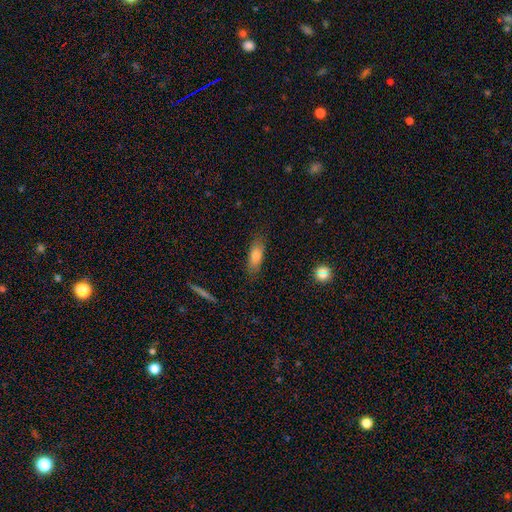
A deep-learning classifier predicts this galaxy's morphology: Smooth or featured? Predicted: smooth (p=0.79). How rounded? Predicted: in between (p=0.69). Merging? Predicted: none (p=0.82).